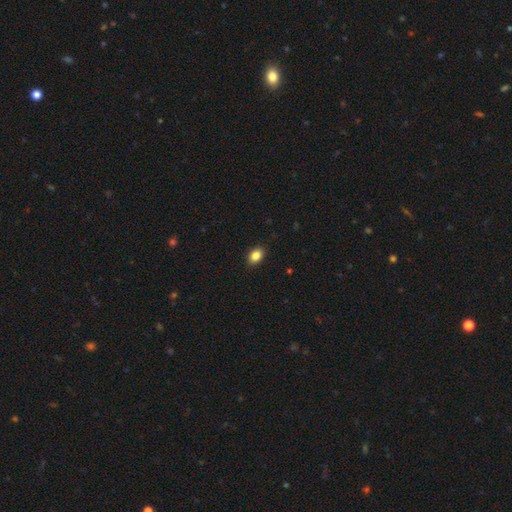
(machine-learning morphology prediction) Smooth or featured? smooth (86%)
How rounded? in between (80%)
Merging? none (88%)